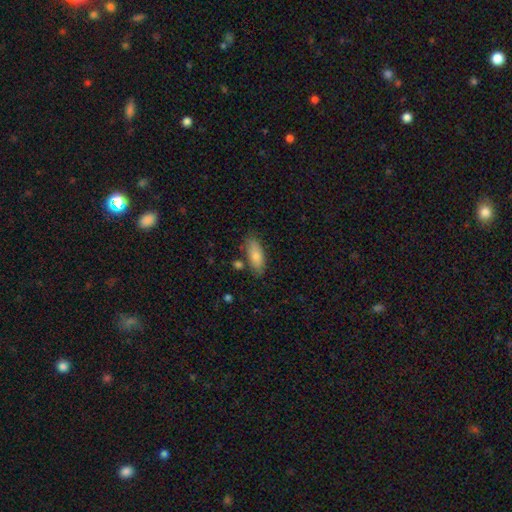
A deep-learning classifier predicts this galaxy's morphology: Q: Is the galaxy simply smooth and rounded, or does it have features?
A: smooth — 81%.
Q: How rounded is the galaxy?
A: in between — 80%.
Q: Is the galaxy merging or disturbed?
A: none — 74%.